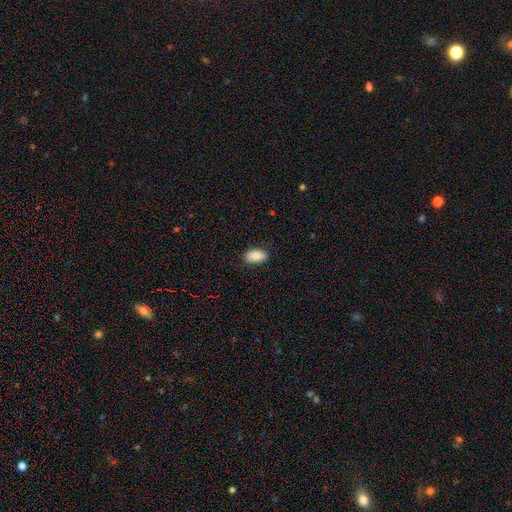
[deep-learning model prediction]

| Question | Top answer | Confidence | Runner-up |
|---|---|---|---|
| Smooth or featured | smooth | 79% | featured or disk (13%) |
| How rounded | in between | 91% | round (7%) |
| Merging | none | 78% | minor disturbance (18%) |